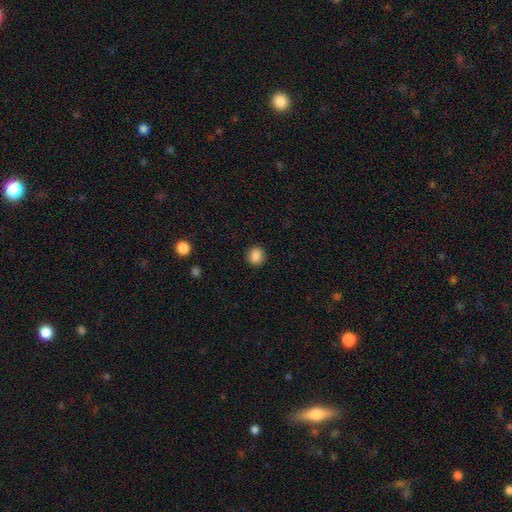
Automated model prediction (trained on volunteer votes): Smooth or featured? smooth (87%)
How rounded? round (81%)
Merging? none (91%)